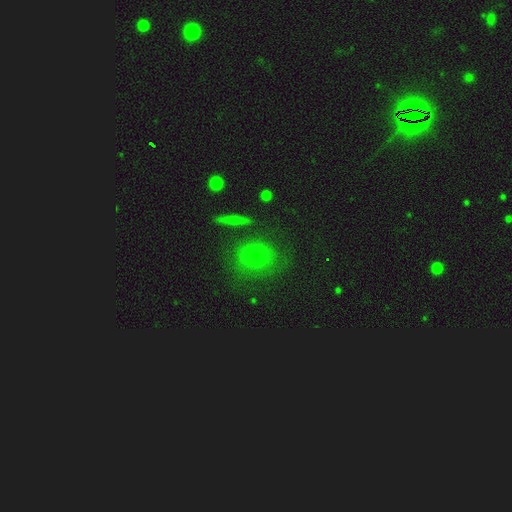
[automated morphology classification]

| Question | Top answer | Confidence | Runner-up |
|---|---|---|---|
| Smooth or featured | smooth | 60% | featured or disk (22%) |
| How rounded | round | 84% | in between (14%) |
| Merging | none | 77% | minor disturbance (14%) |